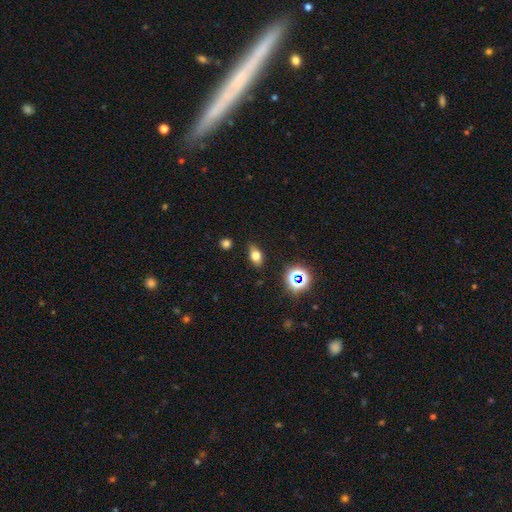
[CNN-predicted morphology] Smooth or featured? Predicted: smooth (p=0.67). How rounded? Predicted: in between (p=0.77). Merging? Predicted: none (p=0.81).